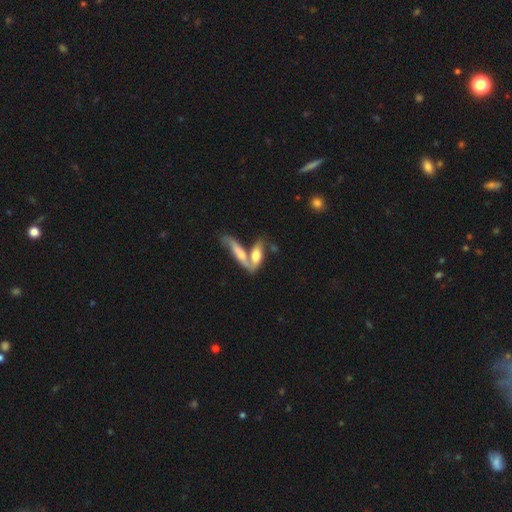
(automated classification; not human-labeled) A smooth galaxy with no disk features (49%). Merging: merger (60%).